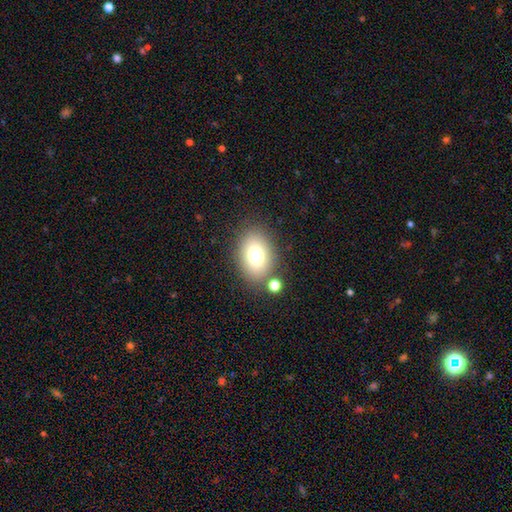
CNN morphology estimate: A smooth galaxy with no disk features (74%) that is in between round and cigar-shaped (74%).

Vote fractions:
- Smooth or featured? smooth: 74% / featured or disk: 14% / star or artifact: 12%
- How rounded? in between: 74% / round: 25% / cigar-shaped: 1%
- Merging? none: 78% / minor disturbance: 11% / merger: 7% / major disturbance: 4%